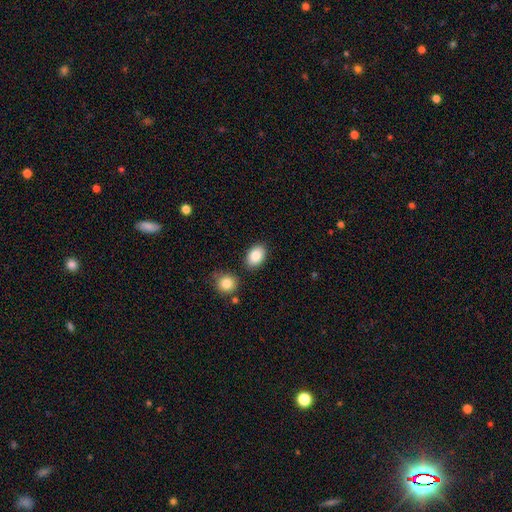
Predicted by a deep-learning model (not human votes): Q: Smooth or featured?
A: smooth (86%); runner-up: star or artifact (7%)
Q: How rounded?
A: in between (86%); runner-up: round (13%)
Q: Merging?
A: none (83%); runner-up: minor disturbance (9%)